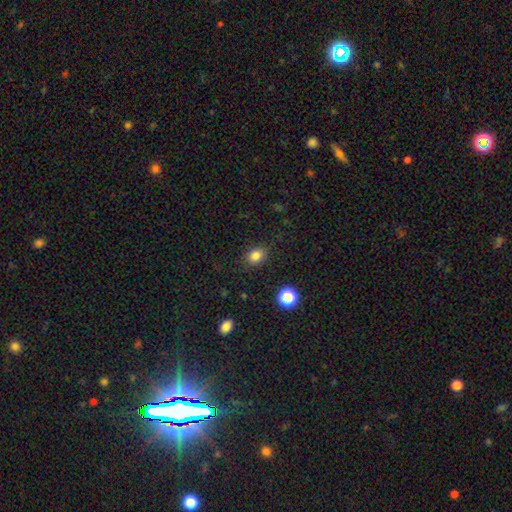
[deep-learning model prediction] smooth_or_featured: smooth (p=0.81) [alt: star or artifact p=0.13]
how_rounded: in between (p=0.55) [alt: round p=0.44]
merging: none (p=0.84) [alt: minor disturbance p=0.11]